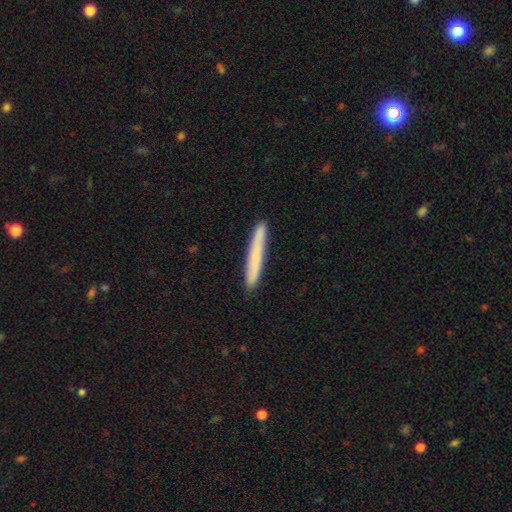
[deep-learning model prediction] smooth_or_featured: smooth (p=0.72) [alt: featured or disk p=0.23]
how_rounded: cigar-shaped (p=0.97) [alt: in between p=0.02]
merging: none (p=0.90) [alt: minor disturbance p=0.08]